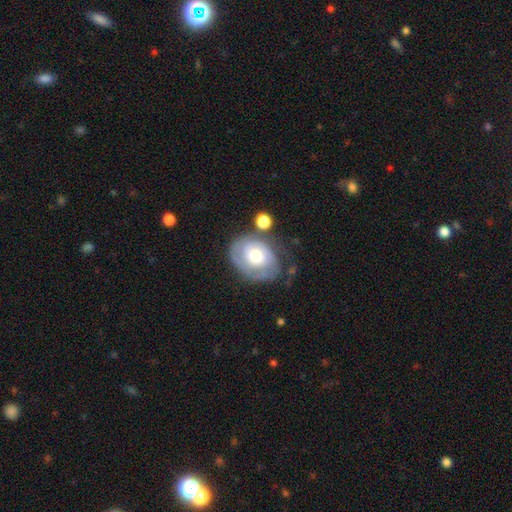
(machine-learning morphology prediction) smooth-or-featured: featured or disk: 62% | smooth: 32% | star or artifact: 6%
  disk-edge-on: no: 96% | yes: 4%
    bar: no: 76% | weak: 20% | strong: 4%
    has-spiral-arms: yes: 73% | no: 27%
    bulge-size: moderate: 64% | large: 21% | small: 12% | dominant: 2% | none: 1%
  merging: none: 55% | minor disturbance: 24% | major disturbance: 14% | merger: 7%